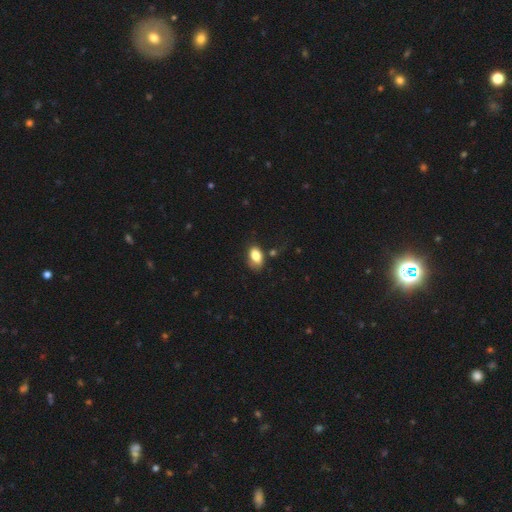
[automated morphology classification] A smooth galaxy with no disk features (82%) that is in between round and cigar-shaped (89%). Merging: none (60%).